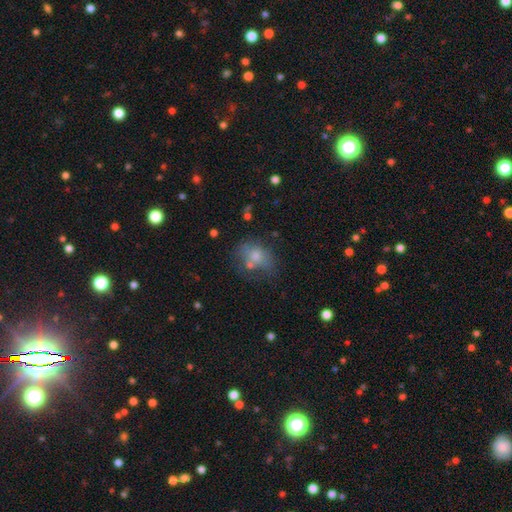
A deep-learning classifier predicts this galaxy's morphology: type=smooth (62%); roundness=in between (50%); merging=none (51%).